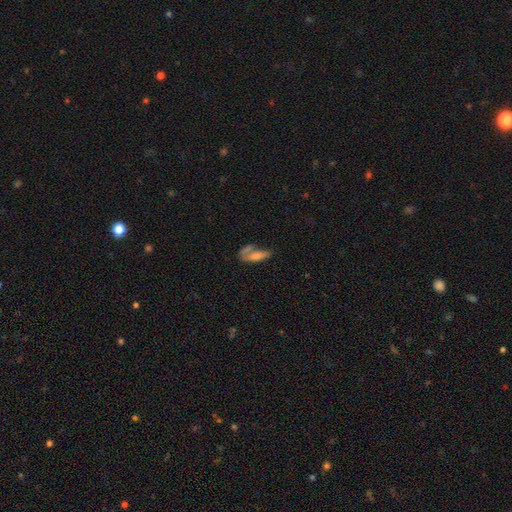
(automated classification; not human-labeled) smooth-or-featured: smooth: 63% | featured or disk: 27% | star or artifact: 10%
  how-rounded: in between: 58% | cigar-shaped: 37% | round: 4%
  merging: none: 33% | merger: 27% | major disturbance: 23% | minor disturbance: 18%